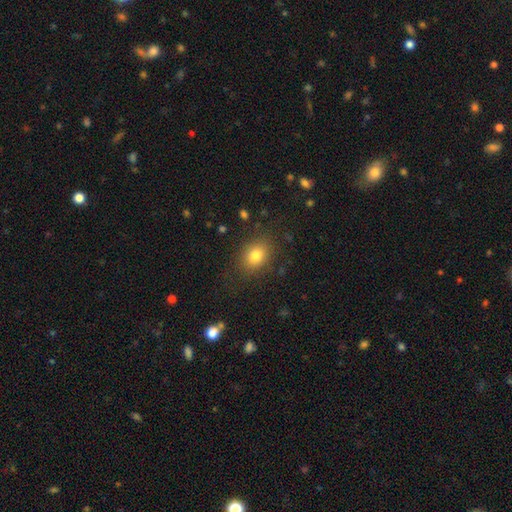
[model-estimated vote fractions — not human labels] Overall: smooth (80%). How rounded: in between (57%; round 42%). Merging: none (83%).